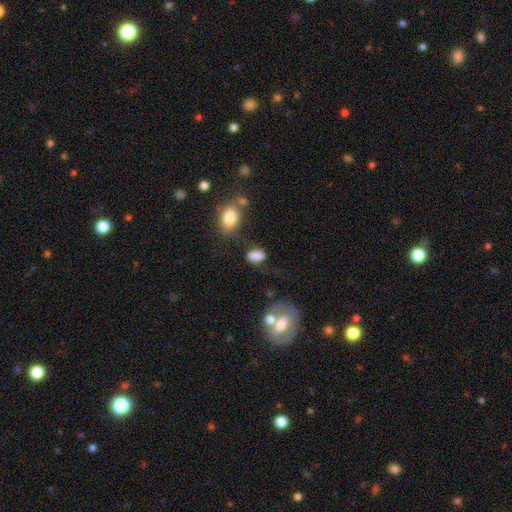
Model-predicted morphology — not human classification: Smooth or featured? Predicted: smooth (p=0.65). How rounded? Predicted: in between (p=0.83). Merging? Predicted: none (p=0.52).